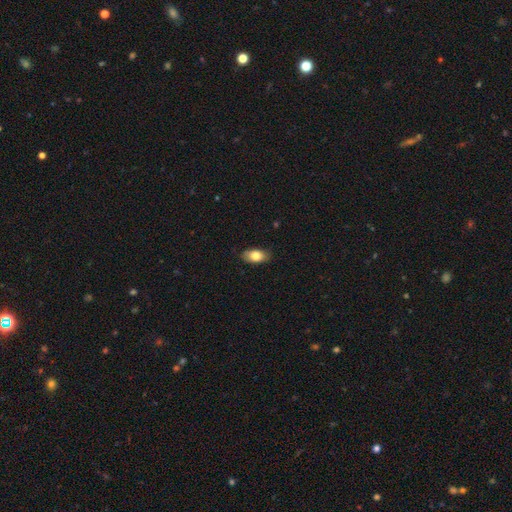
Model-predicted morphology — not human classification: Smooth or featured? smooth (80%)
How rounded? in between (91%)
Merging? none (84%)